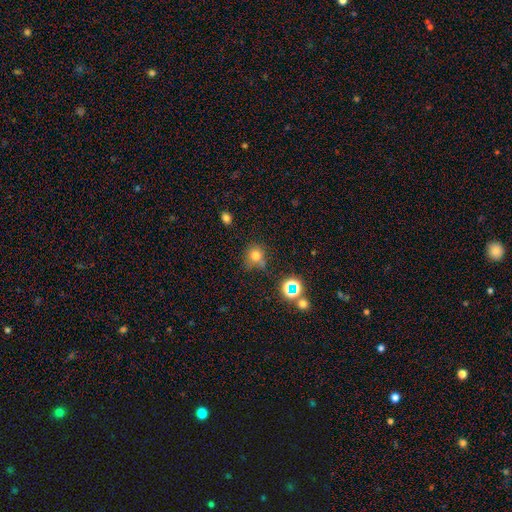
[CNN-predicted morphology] Smooth or featured?
  - smooth: 72% *
  - star or artifact: 20%
  - featured or disk: 9%
How rounded?
  - round: 83% *
  - in between: 15%
  - cigar-shaped: 1%
Merging?
  - none: 63% *
  - minor disturbance: 20%
  - merger: 9%
  - major disturbance: 8%